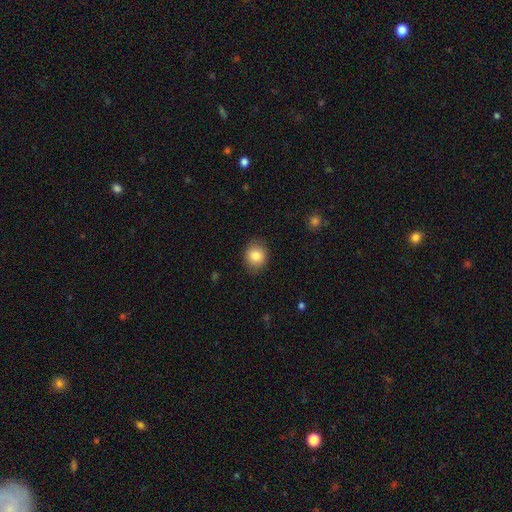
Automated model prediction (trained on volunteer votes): A smooth galaxy with no disk features (83%) that is round (71%).

Vote fractions:
- Smooth or featured? smooth: 83% / star or artifact: 9% / featured or disk: 8%
- How rounded? round: 71% / in between: 28% / cigar-shaped: 1%
- Merging? none: 86% / minor disturbance: 11% / major disturbance: 3% / merger: 1%